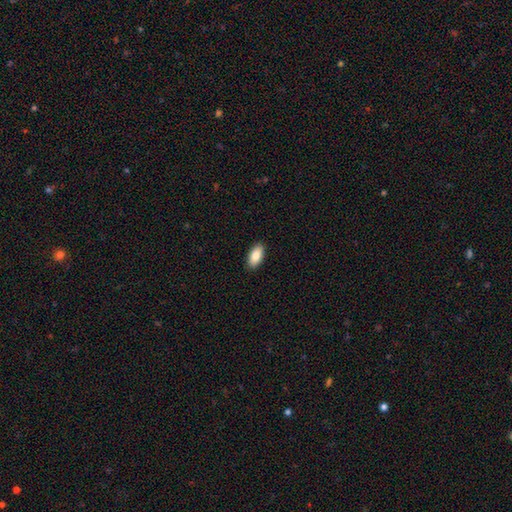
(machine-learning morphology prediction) Smooth or featured: smooth — 86% (featured or disk — 7%)
How rounded: in between — 91% (cigar-shaped — 7%)
Merging: none — 90% (minor disturbance — 7%)